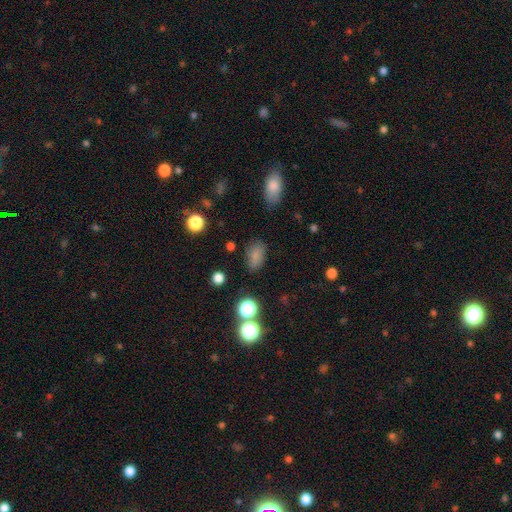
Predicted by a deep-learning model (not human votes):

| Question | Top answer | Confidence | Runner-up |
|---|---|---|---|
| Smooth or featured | smooth | 78% | star or artifact (15%) |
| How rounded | in between | 85% | round (12%) |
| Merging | none | 72% | minor disturbance (18%) |